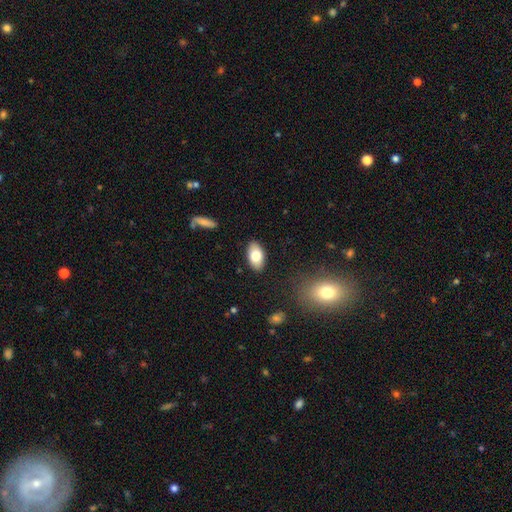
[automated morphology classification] Overall: smooth (77%). How rounded: in between (94%). Merging: none (87%).